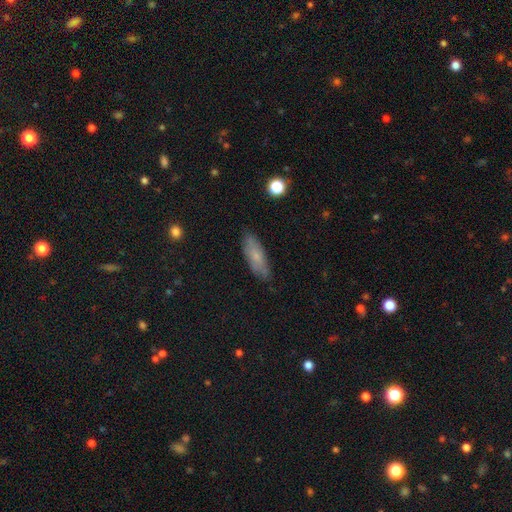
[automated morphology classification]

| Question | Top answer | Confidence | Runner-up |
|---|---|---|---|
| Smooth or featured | smooth | 72% | featured or disk (21%) |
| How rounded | in between | 59% | cigar-shaped (39%) |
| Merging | none | 82% | minor disturbance (14%) |